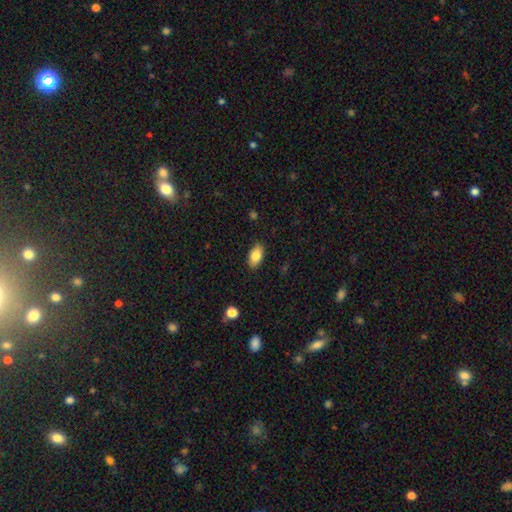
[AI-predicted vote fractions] Smooth or featured: smooth — 83% (featured or disk — 10%)
How rounded: in between — 92% (cigar-shaped — 4%)
Merging: none — 88% (minor disturbance — 9%)